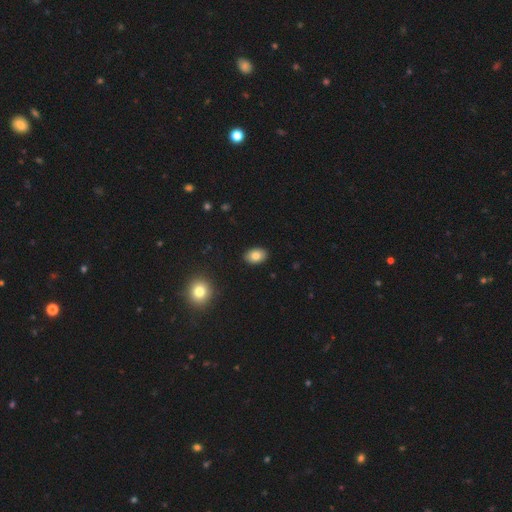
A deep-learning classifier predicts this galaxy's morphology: A smooth galaxy with no disk features (82%) that is in between round and cigar-shaped (85%).

Vote fractions:
- Smooth or featured? smooth: 82% / featured or disk: 10% / star or artifact: 8%
- How rounded? in between: 85% / round: 14% / cigar-shaped: 1%
- Merging? none: 90% / minor disturbance: 7% / major disturbance: 2% / merger: 1%